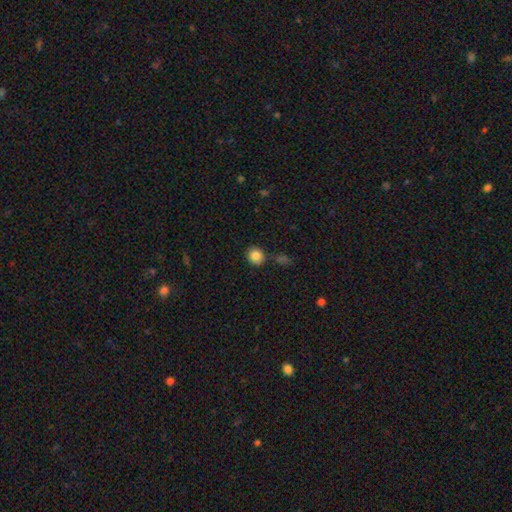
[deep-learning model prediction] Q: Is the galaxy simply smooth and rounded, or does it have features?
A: smooth — 85%.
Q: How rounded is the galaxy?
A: round — 85%.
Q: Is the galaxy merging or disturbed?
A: none — 81%.